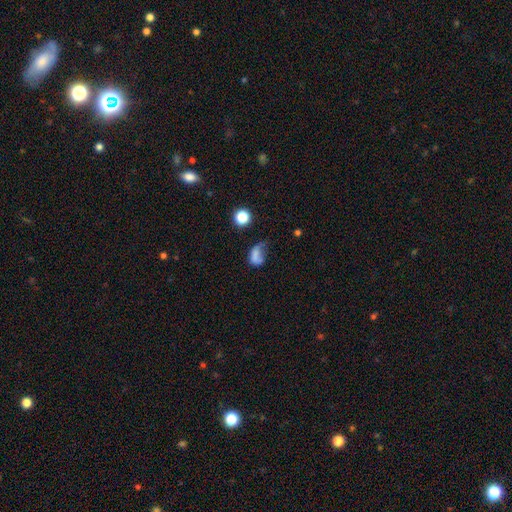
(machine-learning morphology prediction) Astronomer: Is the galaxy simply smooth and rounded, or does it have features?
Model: smooth — 64%.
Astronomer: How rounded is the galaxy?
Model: in between — 75%.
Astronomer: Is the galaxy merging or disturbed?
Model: major disturbance — 40% (runner-up: minor disturbance, 28%).